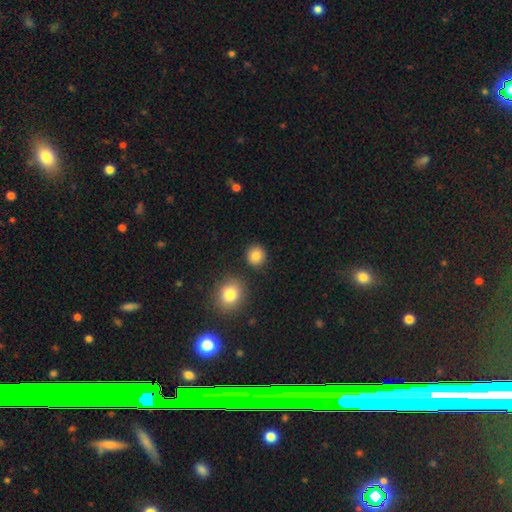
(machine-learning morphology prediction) A smooth galaxy with no disk features (85%) that is round (89%). Merging: none (87%).